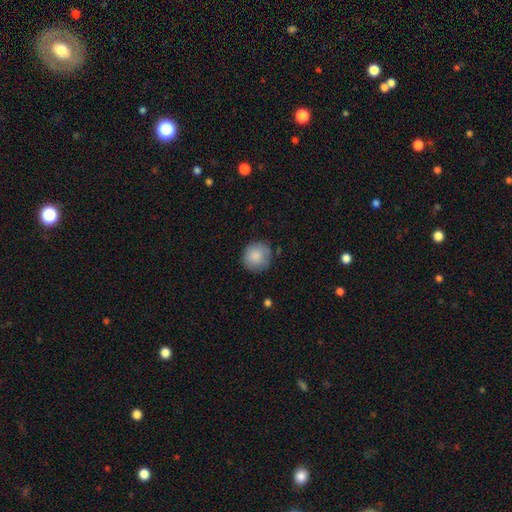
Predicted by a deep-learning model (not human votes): Overall: smooth (86%). How rounded: round (93%). Merging: none (81%).